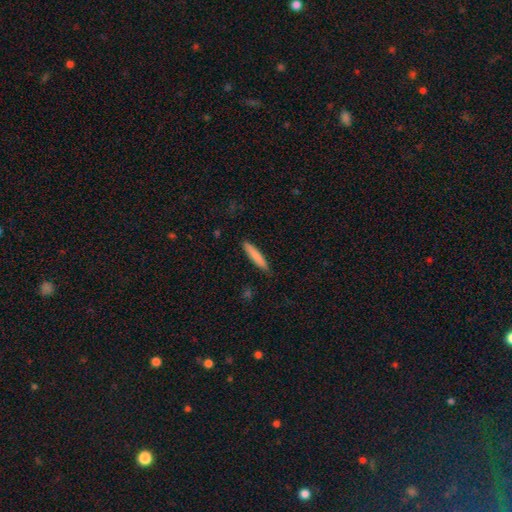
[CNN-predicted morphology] smooth-or-featured: smooth: 82% | featured or disk: 13% | star or artifact: 6%
  how-rounded: cigar-shaped: 90% | in between: 8% | round: 1%
  merging: none: 88% | minor disturbance: 9% | major disturbance: 2% | merger: 1%